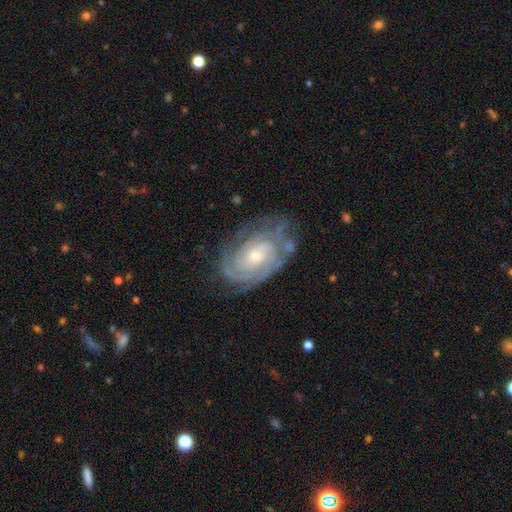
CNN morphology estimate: This is clearly a featured or disk galaxy (86%). It is clearly not viewed edge-on (96%). Bar: likely no (67%). Spiral arm pattern: clearly yes (96%). Spiral arm count: marginally can't tell (31%). Spiral winding: likely tight (75%). Central bulge: possibly small (58%). Merging: likely none (70%).